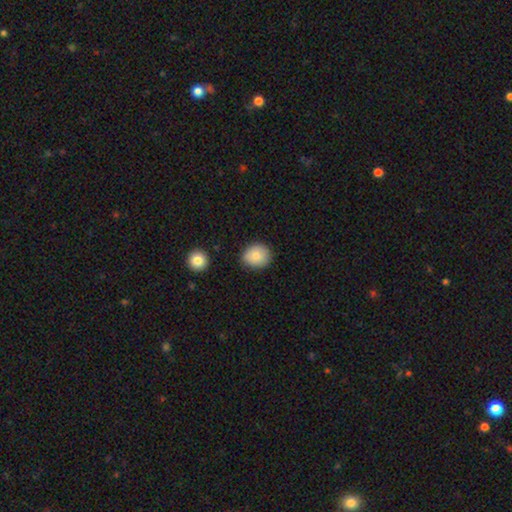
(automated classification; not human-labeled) Smooth or featured: smooth — 84% (star or artifact — 8%)
How rounded: round — 76% (in between — 23%)
Merging: none — 84% (minor disturbance — 11%)